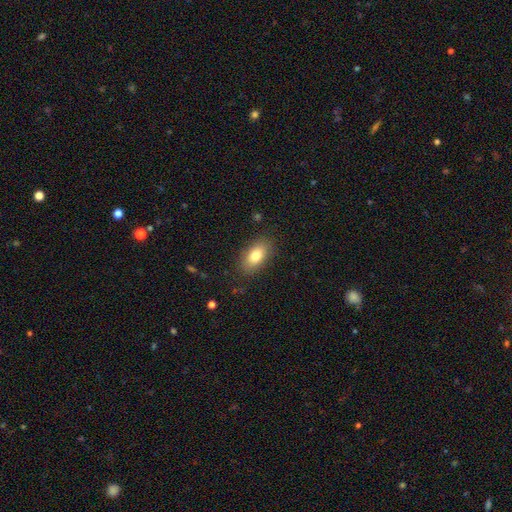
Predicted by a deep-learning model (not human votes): This appears to be a smooth galaxy with no disk features (80%) that is in between round and cigar-shaped (89%). Merging: none (85%).